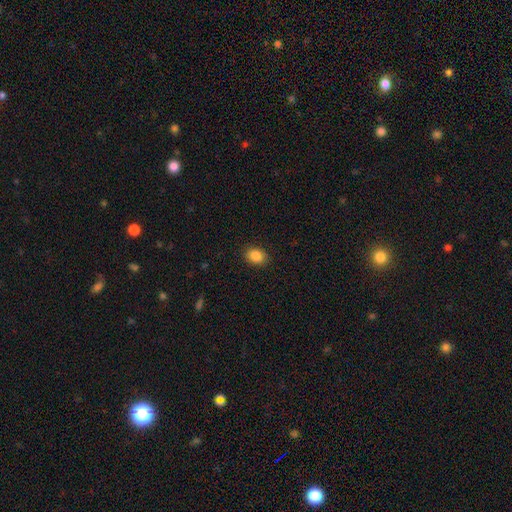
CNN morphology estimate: smooth_or_featured: smooth (p=0.87) [alt: star or artifact p=0.09]
how_rounded: in between (p=0.63) [alt: round p=0.36]
merging: none (p=0.89) [alt: minor disturbance p=0.08]